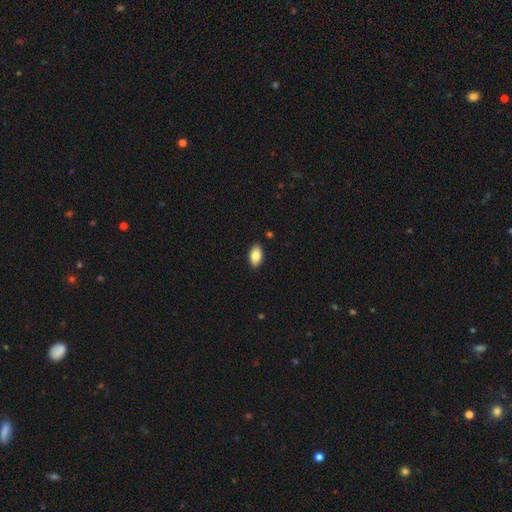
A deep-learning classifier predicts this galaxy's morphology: Smooth or featured? smooth (83%)
How rounded? in between (94%)
Merging? none (90%)